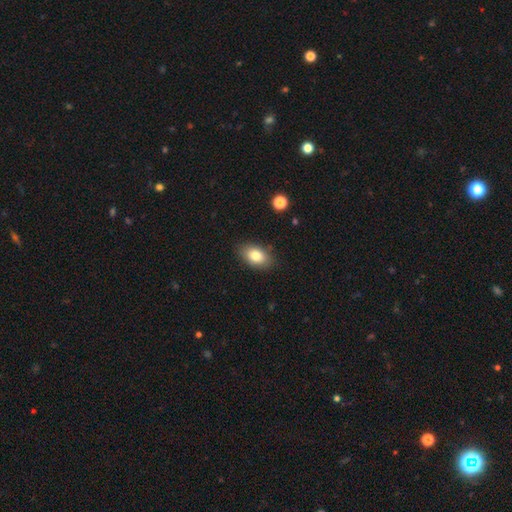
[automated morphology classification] Overall: smooth (81%). How rounded: in between (88%). Merging: none (85%).